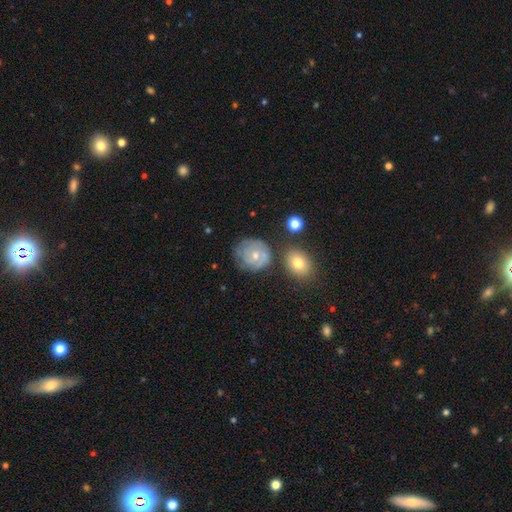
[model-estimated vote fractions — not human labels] Smooth or featured: featured or disk — 50% (smooth — 42%)
Edge-on disk: no — 97% (yes — 3%)
Merging: none — 55% (minor disturbance — 25%)